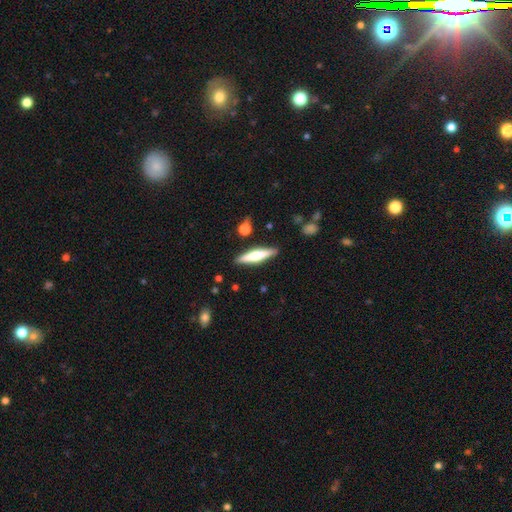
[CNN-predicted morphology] A smooth galaxy with no disk features (50%) that is cigar-shaped (82%).

Vote fractions:
- Smooth or featured? smooth: 50% / featured or disk: 44% / star or artifact: 6%
- How rounded? cigar-shaped: 82% / in between: 16% / round: 2%
- Merging? none: 87% / minor disturbance: 9% / merger: 2% / major disturbance: 2%